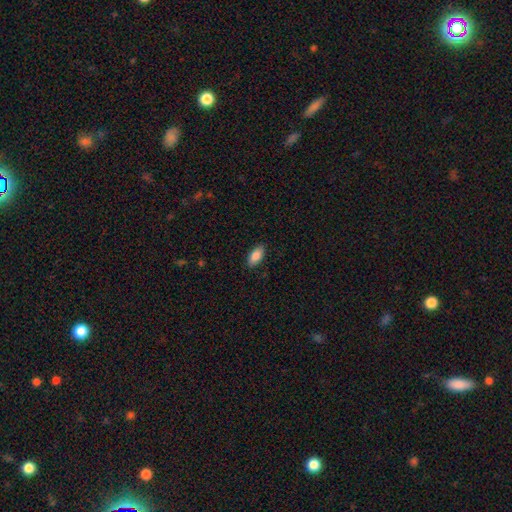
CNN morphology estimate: smooth-or-featured: smooth: 87% | featured or disk: 7% | star or artifact: 7%
  how-rounded: in between: 88% | cigar-shaped: 10% | round: 2%
  merging: none: 88% | minor disturbance: 9% | major disturbance: 2% | merger: 1%